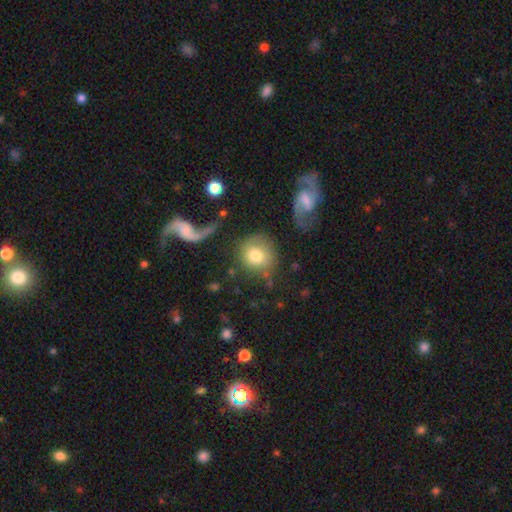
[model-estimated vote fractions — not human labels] Smooth or featured?
  - smooth: 71% *
  - featured or disk: 21%
  - star or artifact: 8%
How rounded?
  - round: 86% *
  - in between: 13%
  - cigar-shaped: 1%
Merging?
  - none: 58% *
  - minor disturbance: 16%
  - major disturbance: 14%
  - merger: 11%